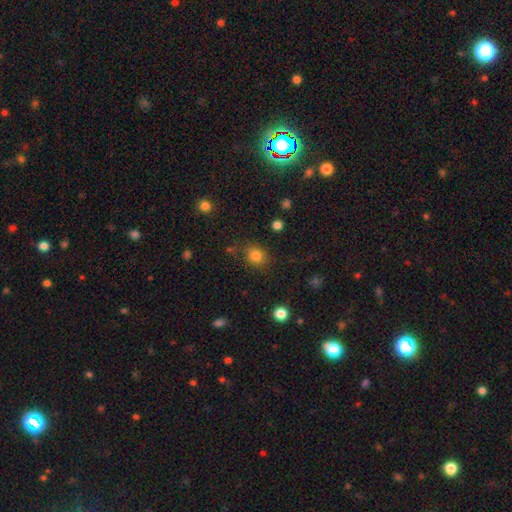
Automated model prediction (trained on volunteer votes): Morphology: type=smooth (82%); roundness=round (71%); merging=none (82%).